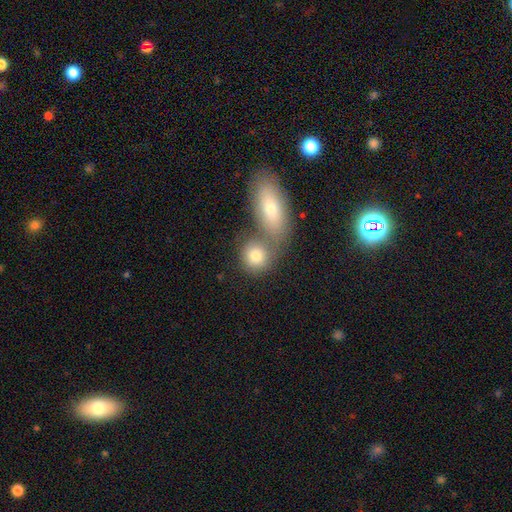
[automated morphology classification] Smooth or featured? Predicted: smooth (p=0.80). How rounded? Predicted: round (p=0.75). Merging? Predicted: none (p=0.49).